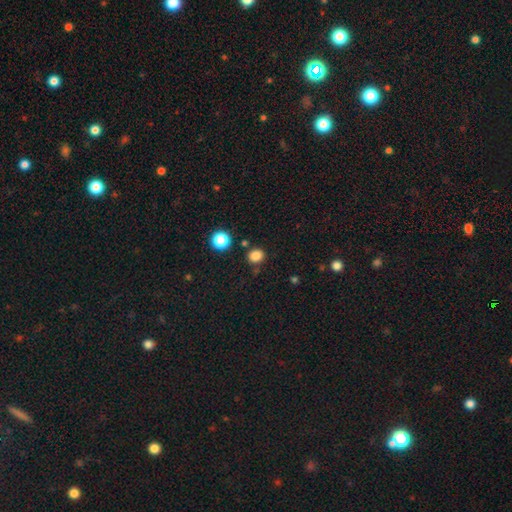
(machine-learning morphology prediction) This is clearly a smooth galaxy (83%). How rounded: likely round (72%). Merging: clearly none (83%).